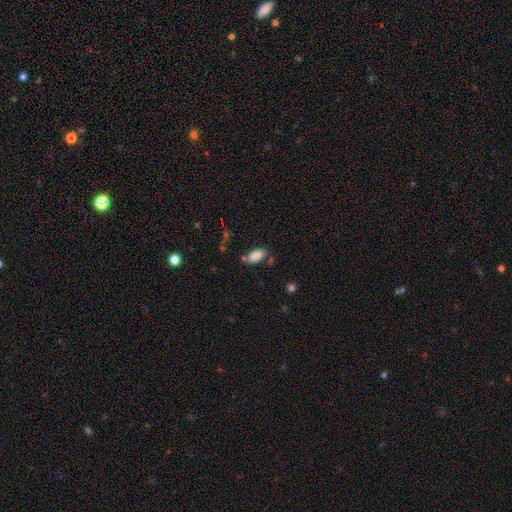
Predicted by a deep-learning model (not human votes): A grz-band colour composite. It shows a smooth galaxy with no disk features (86%) that is in between round and cigar-shaped (93%). Merging: none (70%).